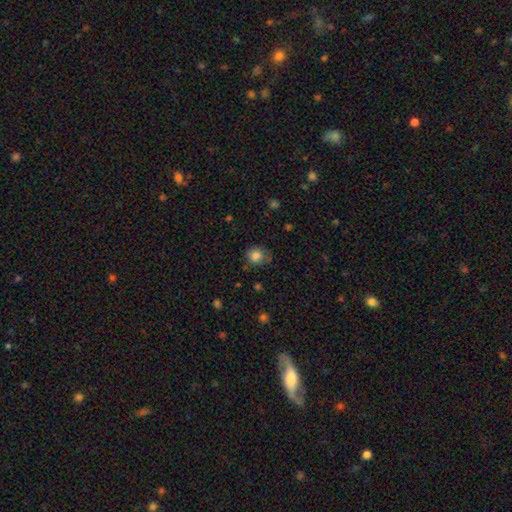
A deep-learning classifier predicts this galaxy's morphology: A smooth galaxy with no disk features (83%) that is round (83%). Merging: none (72%).